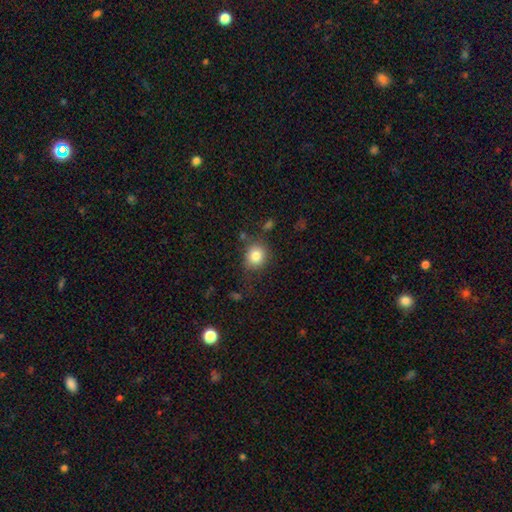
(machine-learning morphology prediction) A smooth galaxy with no disk features (82%) that is round (81%). Merging: none (76%).